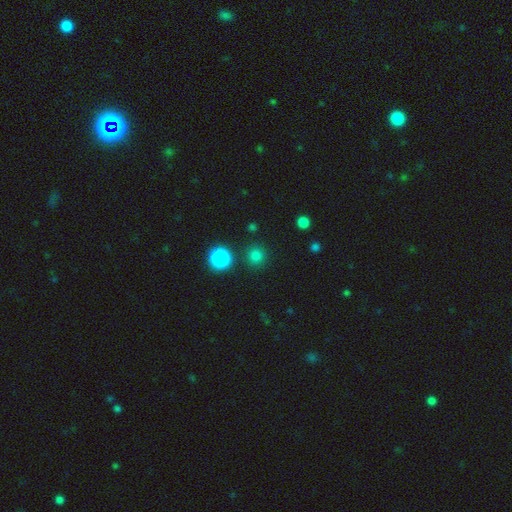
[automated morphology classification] This is likely a smooth galaxy (77%). How rounded: clearly round (93%). Merging: clearly none (88%).